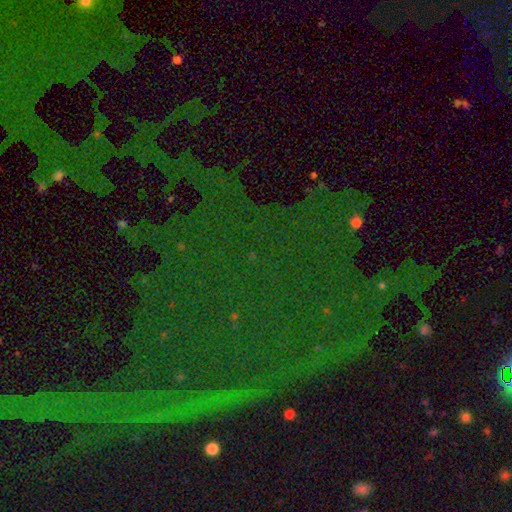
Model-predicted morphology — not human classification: Smooth or featured: star or artifact — 78% (featured or disk — 11%)